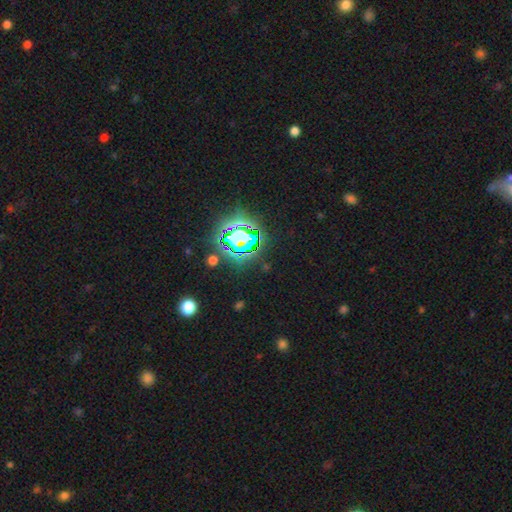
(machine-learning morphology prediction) type=star or artifact (76%).